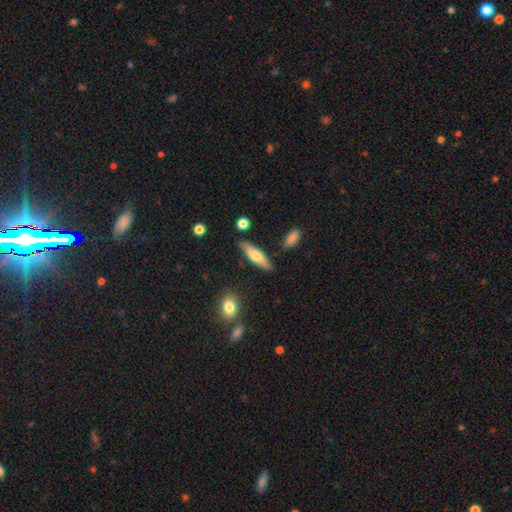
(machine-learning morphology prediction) This is likely a smooth galaxy (66%). How rounded: possibly cigar-shaped (58%). Merging: likely none (80%).